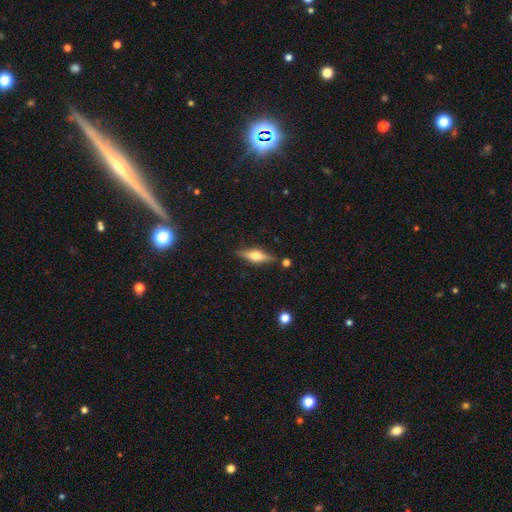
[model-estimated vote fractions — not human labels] A featured or disk galaxy (59%) viewed edge-on (94%) with a rounded central bulge (90%). Merging: none (84%).